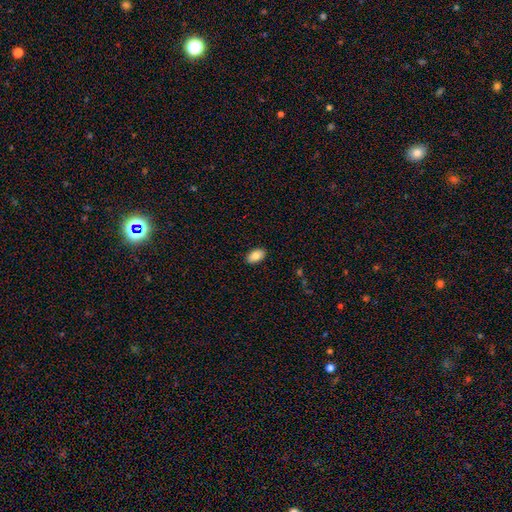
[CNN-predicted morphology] Overall: smooth (83%). How rounded: in between (93%). Merging: none (89%).